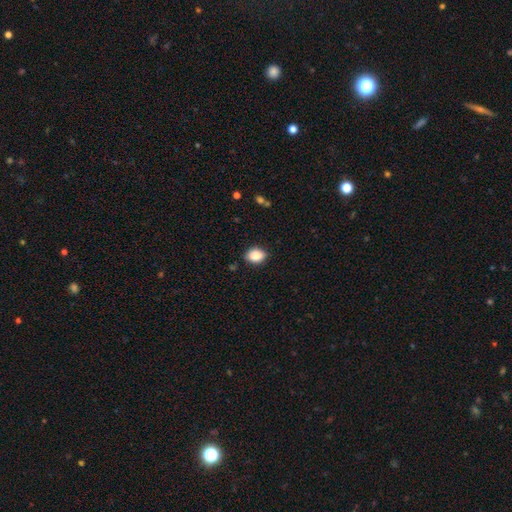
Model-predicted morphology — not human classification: Smooth or featured?
  - smooth: 86% *
  - star or artifact: 8%
  - featured or disk: 5%
How rounded?
  - in between: 70% *
  - round: 29%
  - cigar-shaped: 1%
Merging?
  - none: 82% *
  - minor disturbance: 14%
  - major disturbance: 2%
  - merger: 1%